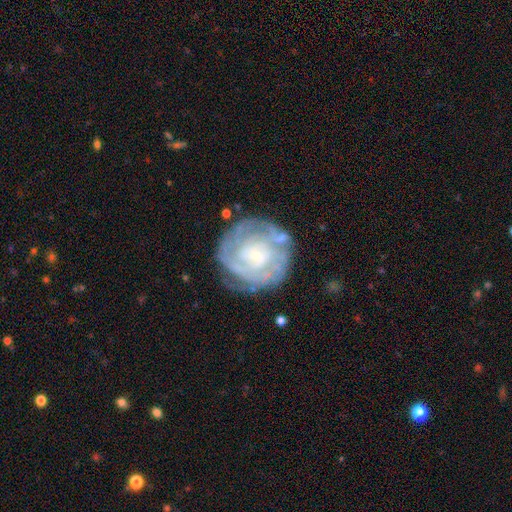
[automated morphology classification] A featured or disk galaxy (77%) with no bar (66%), tight (74%) spiral arms (84%) and a small central bulge (73%).

Vote fractions:
- Smooth or featured? featured or disk: 77% / smooth: 17% / star or artifact: 7%
- Edge-on disk? no: 98% / yes: 2%
- Bar? no: 66% / weak: 27% / strong: 7%
- Spiral arms? yes: 84% / no: 16%
- Spiral winding? tight: 74% / medium: 19% / loose: 7%
- Spiral arm count? can't tell: 49% / 2: 17% / 3: 14% / 4: 9% / 1: 6% / more than 4: 5%
- Bulge size? small: 73% / moderate: 18% / none: 5% / large: 3% / dominant: 1%
- Merging? none: 71% / minor disturbance: 17% / major disturbance: 8% / merger: 4%